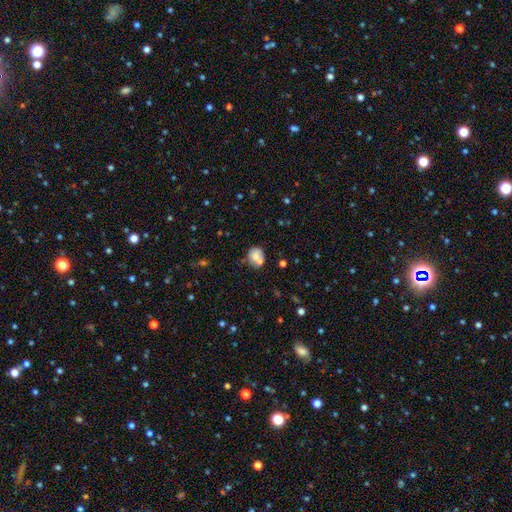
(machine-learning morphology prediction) smooth_or_featured: smooth (p=0.73) [alt: featured or disk p=0.17]
how_rounded: round (p=0.61) [alt: in between p=0.38]
merging: none (p=0.48) [alt: merger p=0.28]